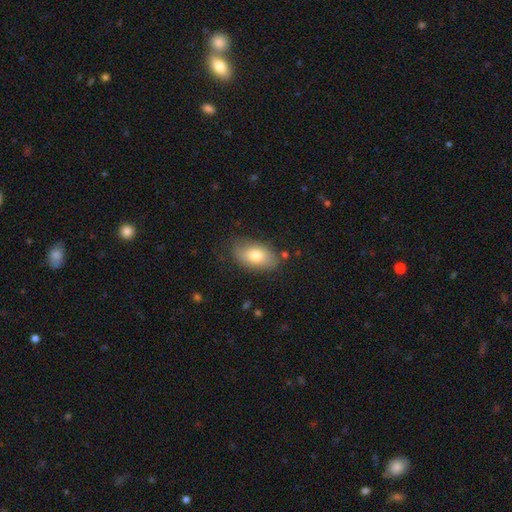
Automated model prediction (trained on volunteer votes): Smooth or featured? smooth (77%)
How rounded? in between (92%)
Merging? none (78%)